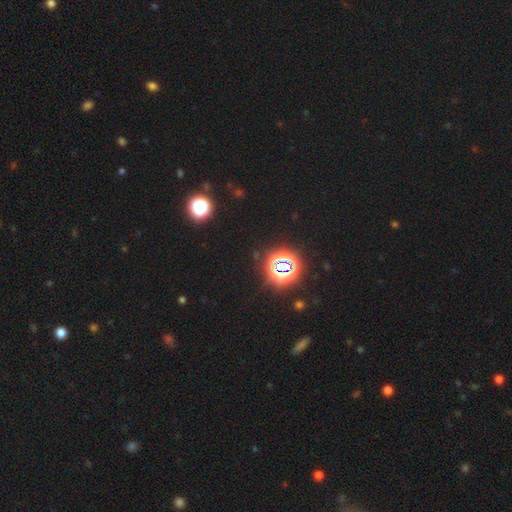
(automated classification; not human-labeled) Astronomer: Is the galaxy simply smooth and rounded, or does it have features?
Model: star or artifact — 76%.